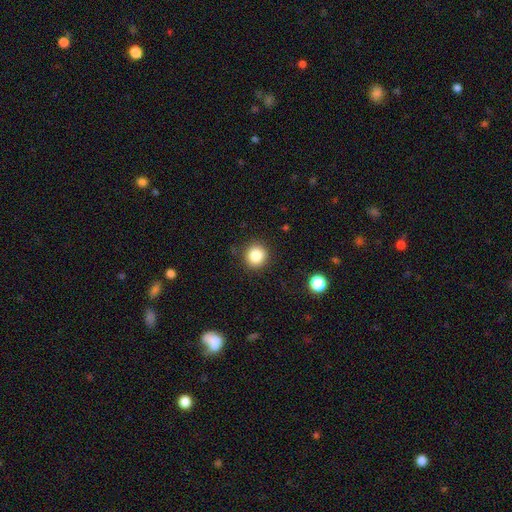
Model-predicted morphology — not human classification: smooth 85%, star or artifact 11%, featured or disk 5%. Down the decision tree: how rounded — round (91%); merging — none (89%).